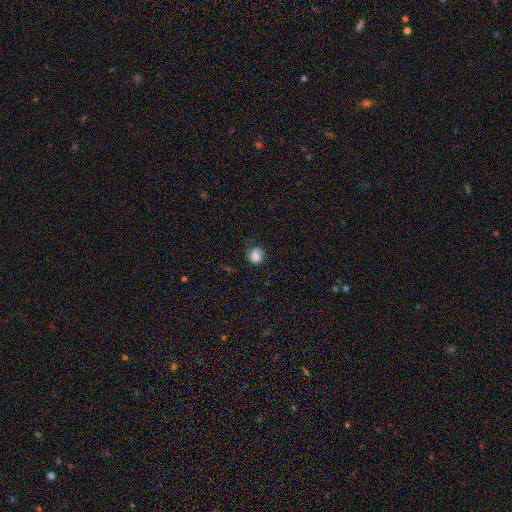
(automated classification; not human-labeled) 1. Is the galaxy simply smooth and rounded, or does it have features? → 82% smooth, 9% star or artifact, 9% featured or disk.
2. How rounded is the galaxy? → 80% round, 19% in between, 1% cigar-shaped.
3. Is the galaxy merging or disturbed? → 66% none, 23% minor disturbance, 10% major disturbance, 1% merger.